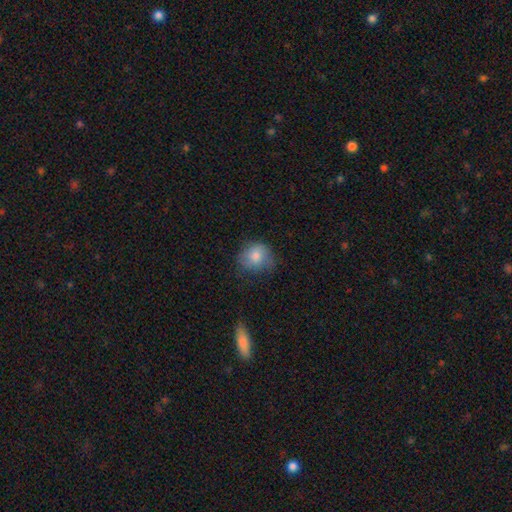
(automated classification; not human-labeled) The model was most divided on "merging": none: 61%, minor disturbance: 29%, major disturbance: 9%, merger: 2%. More confident: smooth or featured — smooth (78%); how rounded — round (72%).